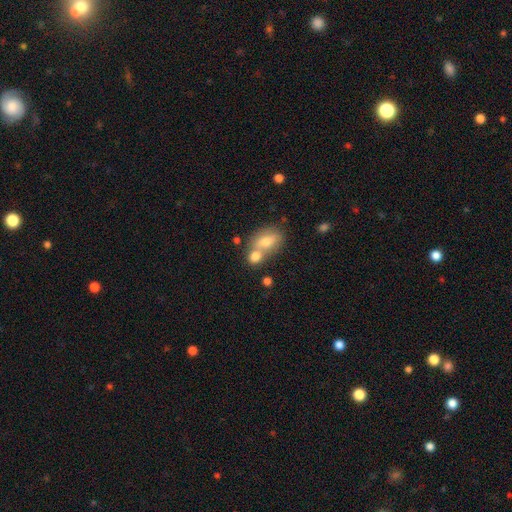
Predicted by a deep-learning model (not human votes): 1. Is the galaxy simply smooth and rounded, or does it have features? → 57% smooth, 22% star or artifact, 21% featured or disk.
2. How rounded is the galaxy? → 52% in between, 44% round, 4% cigar-shaped.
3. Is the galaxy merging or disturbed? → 50% none, 34% merger, 11% minor disturbance, 6% major disturbance.